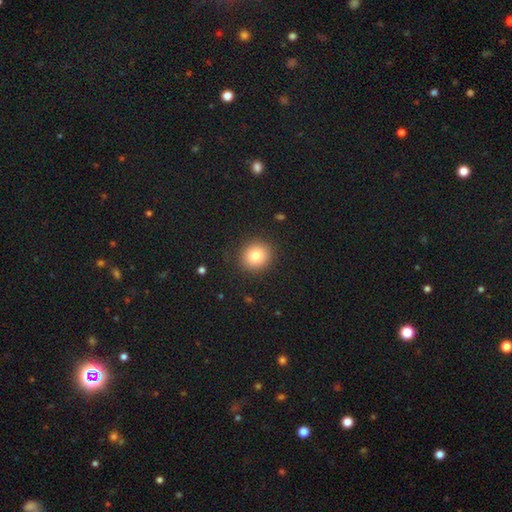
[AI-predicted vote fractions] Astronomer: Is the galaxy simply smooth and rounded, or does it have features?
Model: smooth — 82%.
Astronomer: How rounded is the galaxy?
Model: round — 86%.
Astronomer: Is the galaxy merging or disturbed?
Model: none — 89%.